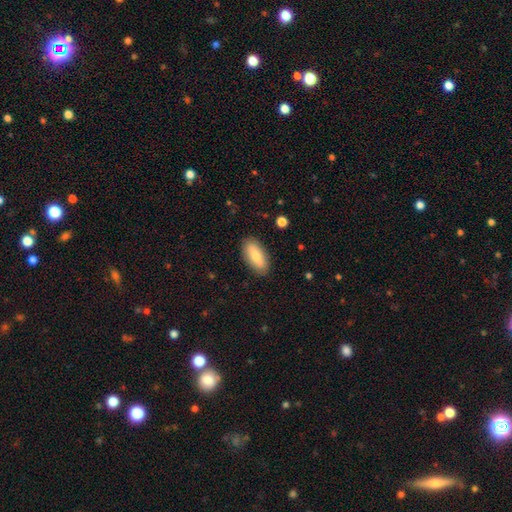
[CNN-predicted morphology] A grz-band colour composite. It shows a smooth galaxy with no disk features (75%) that is in between round and cigar-shaped (85%). Merging: none (87%).